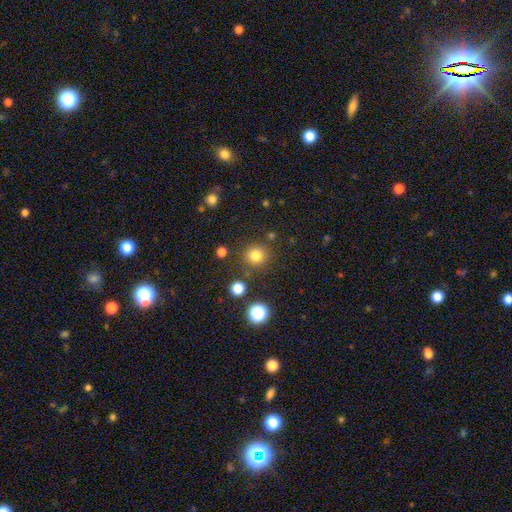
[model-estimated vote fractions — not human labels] This appears to be a smooth galaxy with no disk features (80%) that is round (93%). Merging: none (85%).